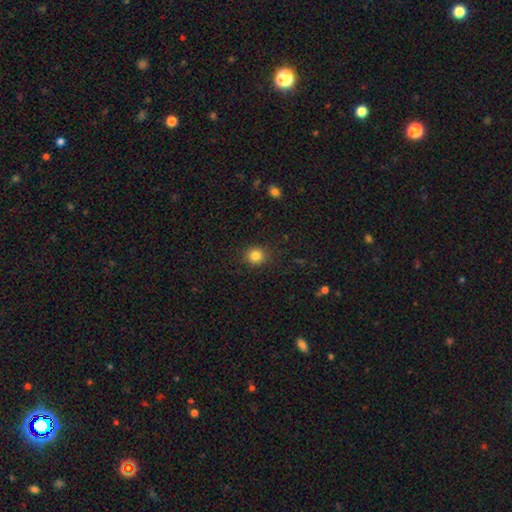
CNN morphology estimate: smooth-or-featured: smooth: 83% | star or artifact: 12% | featured or disk: 5%
  how-rounded: round: 89% | in between: 10% | cigar-shaped: 1%
  merging: none: 89% | minor disturbance: 8% | major disturbance: 2% | merger: 1%